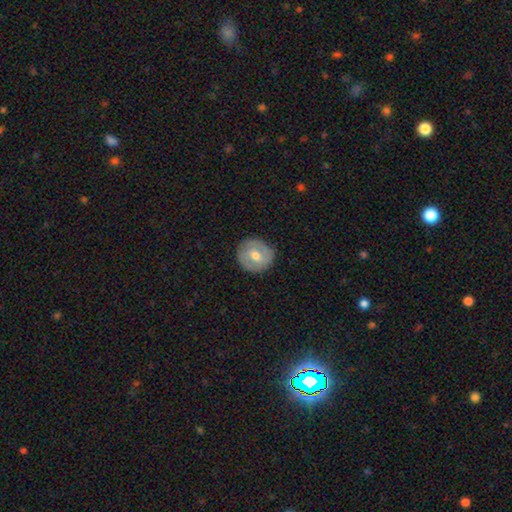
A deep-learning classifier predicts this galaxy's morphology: A featured or disk galaxy (48%).

Vote fractions:
- Smooth or featured? featured or disk: 48% / smooth: 46% / star or artifact: 6%
- Merging? none: 87% / minor disturbance: 10% / major disturbance: 3% / merger: 1%